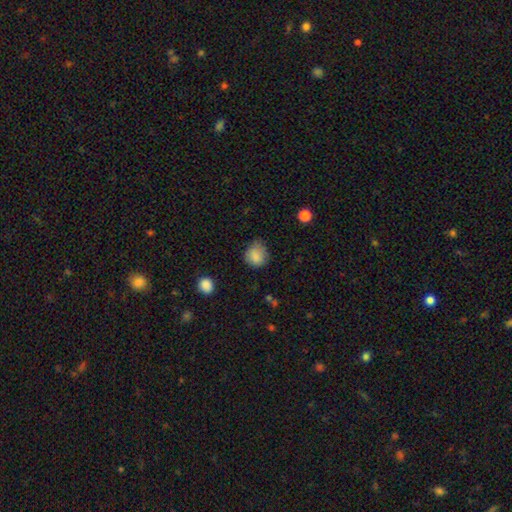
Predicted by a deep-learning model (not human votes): Smooth or featured: smooth — 85% (star or artifact — 10%)
How rounded: round — 80% (in between — 19%)
Merging: none — 62% (minor disturbance — 29%)